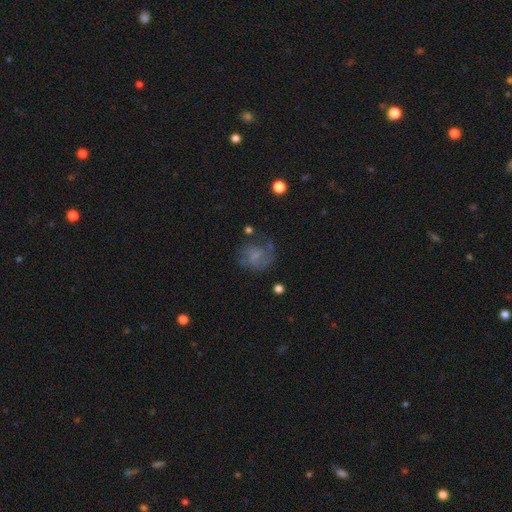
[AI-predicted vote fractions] Morphology: type=featured or disk (45%); merging=none (50%).